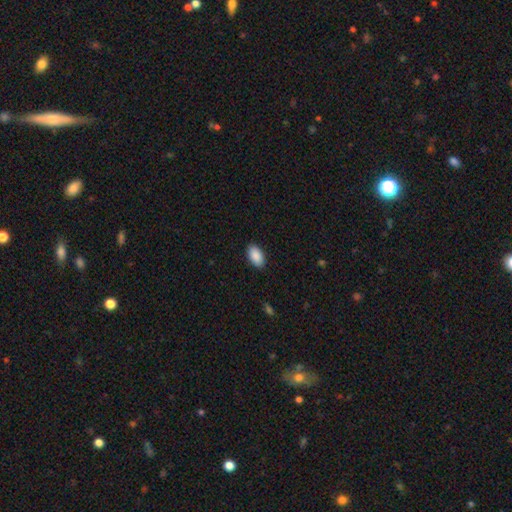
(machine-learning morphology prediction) smooth-or-featured: smooth: 90% | star or artifact: 7% | featured or disk: 3%
  how-rounded: in between: 95% | round: 4% | cigar-shaped: 2%
  merging: none: 89% | minor disturbance: 8% | major disturbance: 2% | merger: 1%